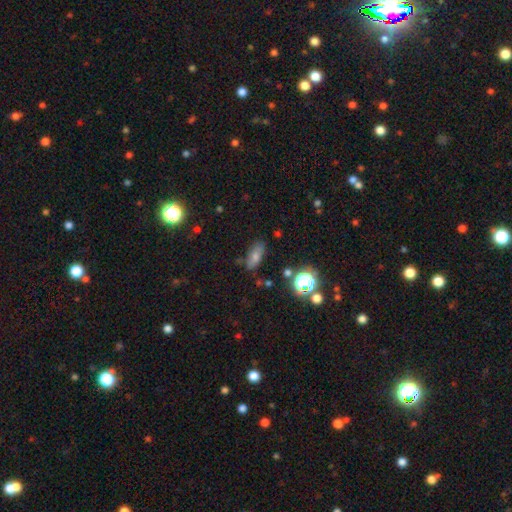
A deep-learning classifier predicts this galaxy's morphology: smooth_or_featured: smooth (p=0.67) [alt: featured or disk p=0.17]
how_rounded: in between (p=0.71) [alt: cigar-shaped p=0.21]
merging: none (p=0.75) [alt: minor disturbance p=0.16]